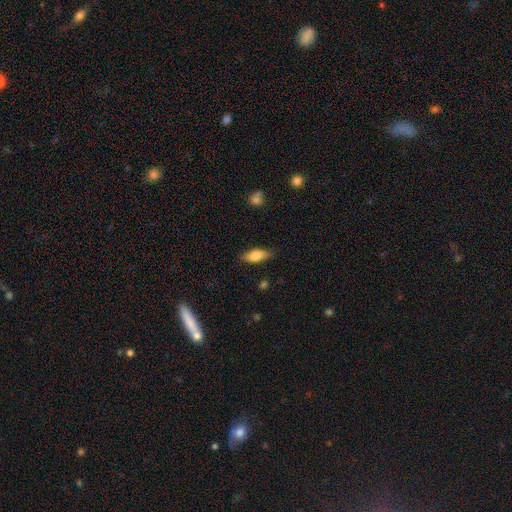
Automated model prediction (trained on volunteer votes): Overall: smooth (67%). How rounded: in between (69%). Merging: none (80%).